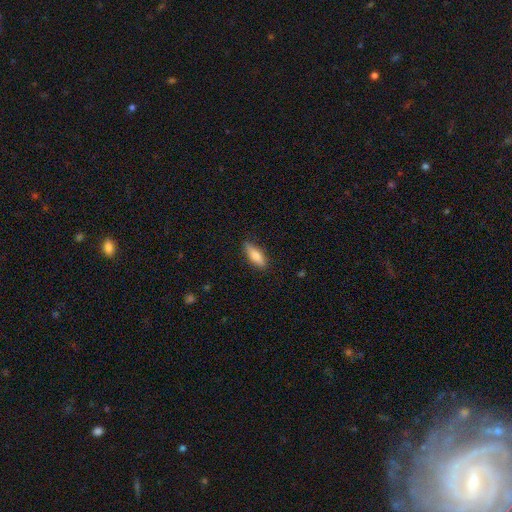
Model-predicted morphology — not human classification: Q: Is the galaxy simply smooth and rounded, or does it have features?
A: smooth — 74%.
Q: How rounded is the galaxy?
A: in between — 54%.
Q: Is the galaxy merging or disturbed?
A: none — 84%.